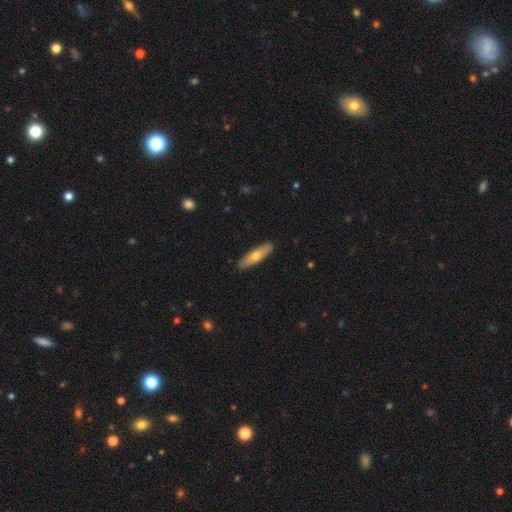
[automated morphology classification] Smooth or featured: smooth — 65% (featured or disk — 29%)
How rounded: cigar-shaped — 64% (in between — 34%)
Merging: none — 89% (minor disturbance — 8%)